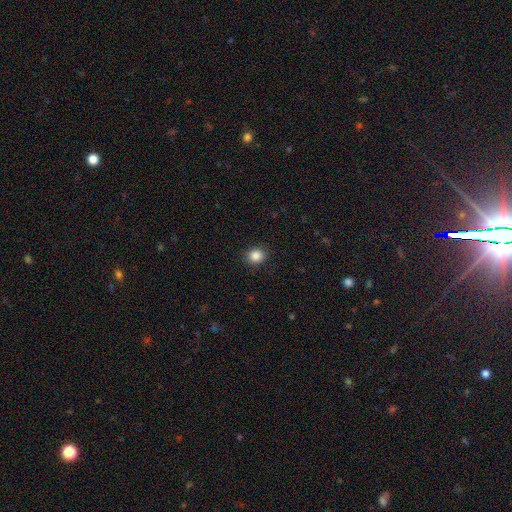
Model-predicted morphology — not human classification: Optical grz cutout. It shows a smooth galaxy with no disk features (86%) that is round (74%). Merging: none (89%).